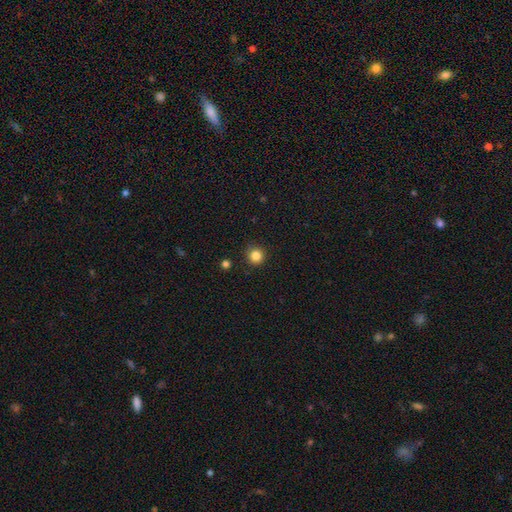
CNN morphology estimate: Overall: smooth (84%). How rounded: round (95%). Merging: none (89%).